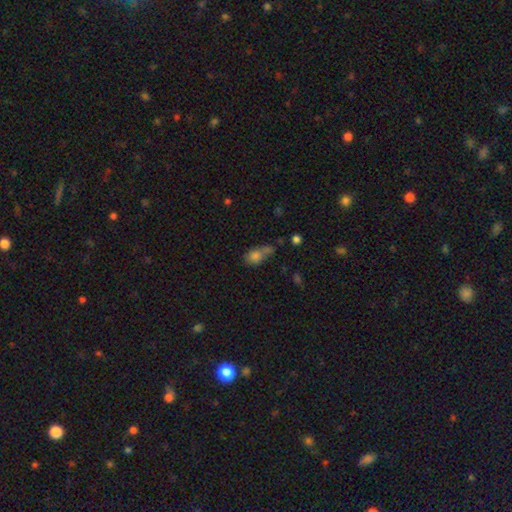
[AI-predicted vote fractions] Q: Smooth or featured?
A: smooth (74%); runner-up: star or artifact (14%)
Q: How rounded?
A: in between (62%); runner-up: round (32%)
Q: Merging?
A: none (33%); runner-up: merger (30%)